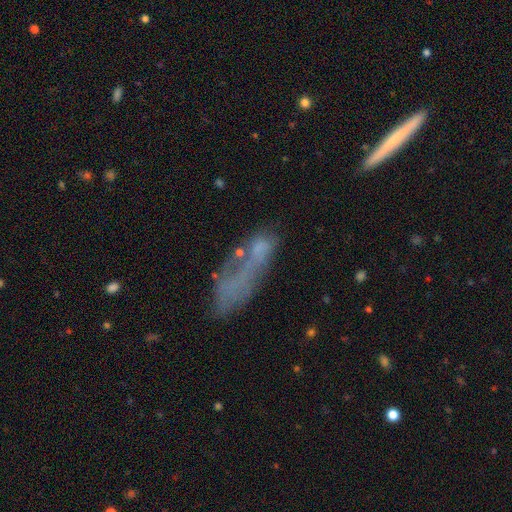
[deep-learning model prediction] The model was most divided on "smooth or featured": smooth: 46%, featured or disk: 38%, star or artifact: 16%. Remaining: merging — none (44%).